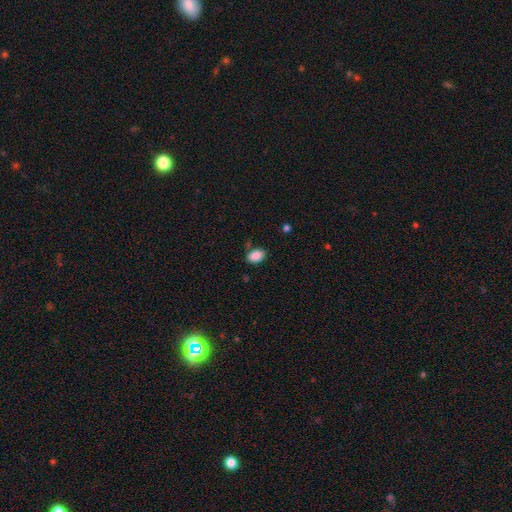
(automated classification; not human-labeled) Smooth or featured? Predicted: smooth (p=0.88). How rounded? Predicted: in between (p=0.87). Merging? Predicted: none (p=0.76).